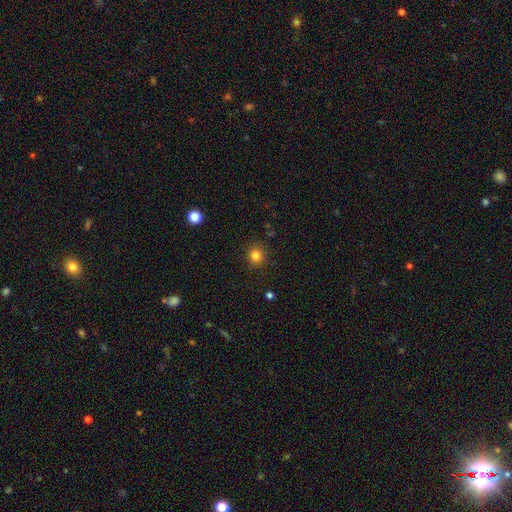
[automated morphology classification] The model was most divided on "smooth or featured": smooth: 83%, star or artifact: 13%, featured or disk: 5%. More confident: merging — none (90%); how rounded — round (90%).